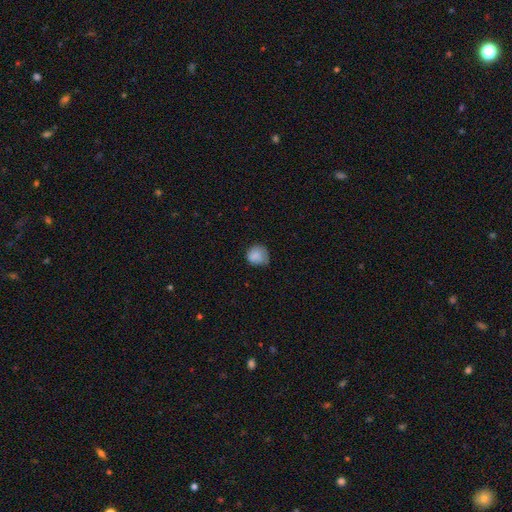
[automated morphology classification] Smooth or featured: smooth — 80% (featured or disk — 12%)
How rounded: round — 79% (in between — 20%)
Merging: none — 50% (minor disturbance — 35%)